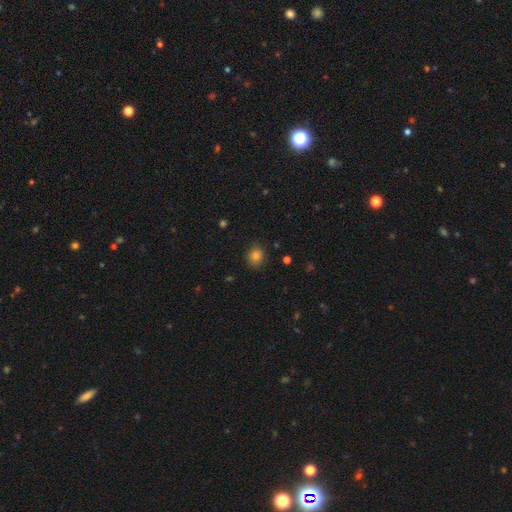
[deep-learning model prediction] Smooth or featured? Predicted: smooth (p=0.82). How rounded? Predicted: round (p=0.65). Merging? Predicted: none (p=0.85).